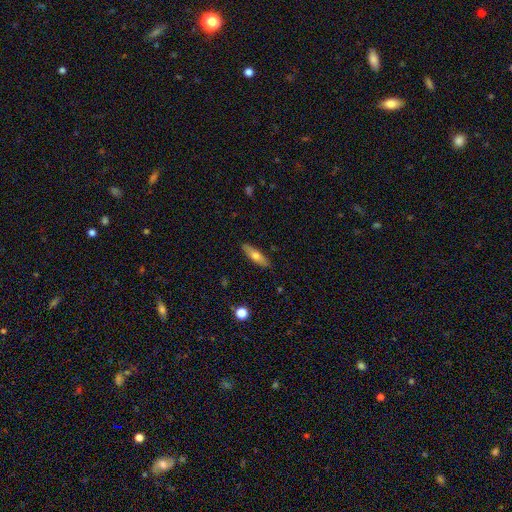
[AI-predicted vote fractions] Smooth or featured? smooth (62%)
How rounded? cigar-shaped (59%)
Merging? none (88%)